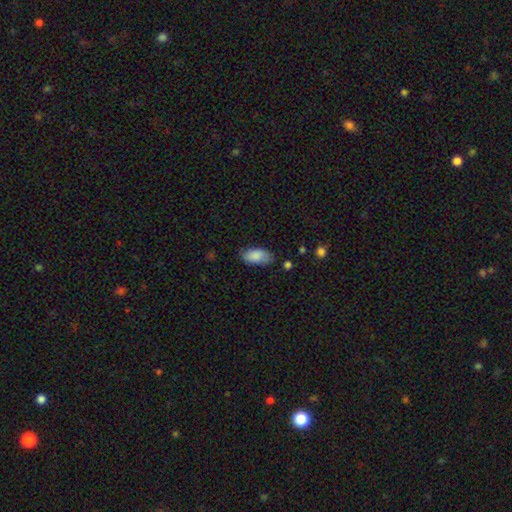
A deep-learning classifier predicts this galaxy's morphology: Smooth or featured?
  - smooth: 85% *
  - featured or disk: 8%
  - star or artifact: 6%
How rounded?
  - in between: 93% *
  - cigar-shaped: 4%
  - round: 2%
Merging?
  - none: 73% *
  - minor disturbance: 21%
  - major disturbance: 4%
  - merger: 2%